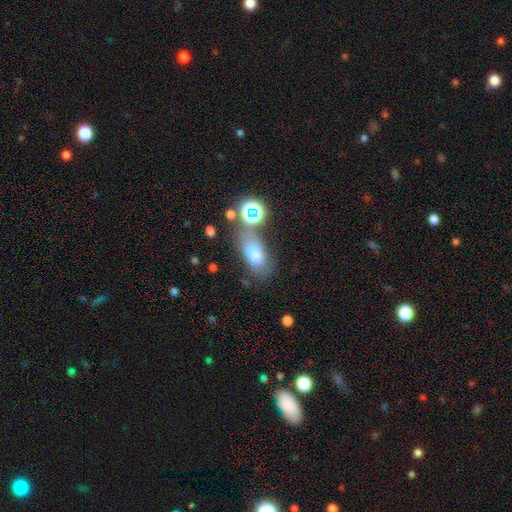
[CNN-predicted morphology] type=smooth (64%); roundness=in between (81%); merging=none (56%).